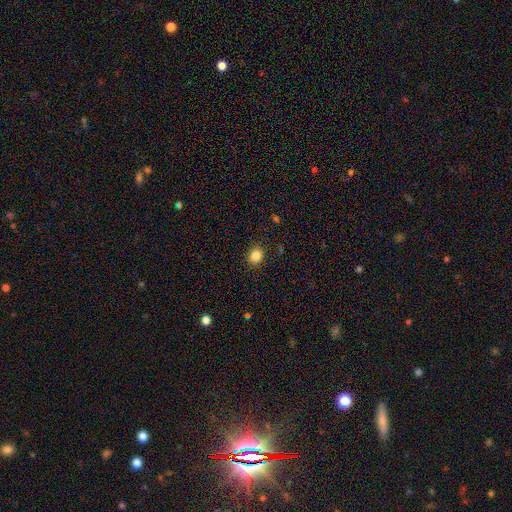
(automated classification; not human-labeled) smooth-or-featured: smooth: 84% | star or artifact: 11% | featured or disk: 5%
  how-rounded: round: 69% | in between: 30% | cigar-shaped: 1%
  merging: none: 89% | minor disturbance: 8% | major disturbance: 2% | merger: 1%